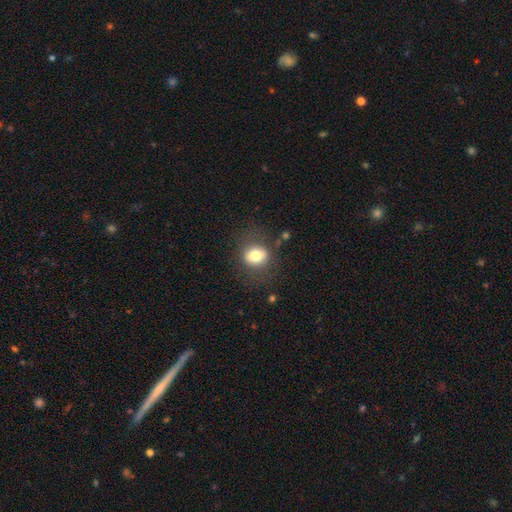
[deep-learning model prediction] This appears to be a smooth galaxy with no disk features (74%) that is round (64%). Merging: none (75%).